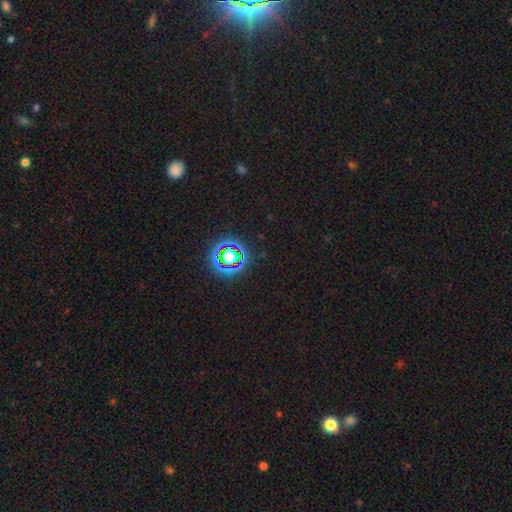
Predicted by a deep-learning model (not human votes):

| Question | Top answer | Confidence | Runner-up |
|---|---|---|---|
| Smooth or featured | star or artifact | 77% | smooth (15%) |